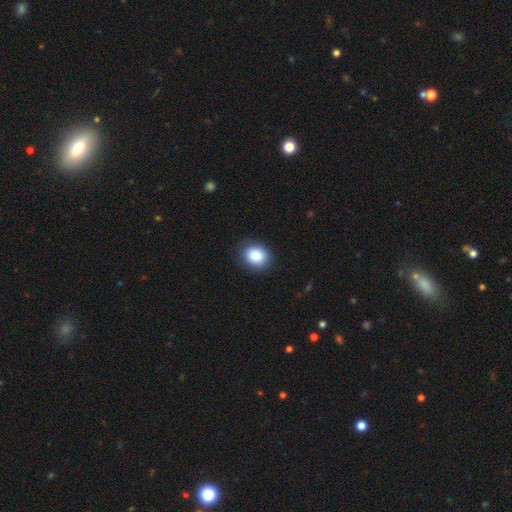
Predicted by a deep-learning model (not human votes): smooth_or_featured: smooth (p=0.88) [alt: star or artifact p=0.08]
how_rounded: round (p=0.56) [alt: in between p=0.43]
merging: none (p=0.86) [alt: minor disturbance p=0.10]